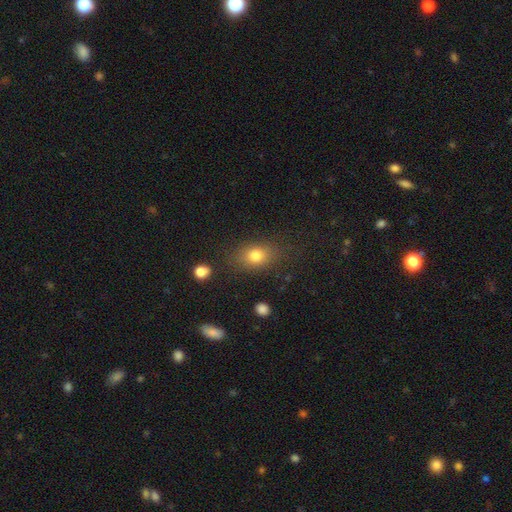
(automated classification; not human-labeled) Q: Smooth or featured?
A: smooth (79%); runner-up: star or artifact (11%)
Q: How rounded?
A: in between (69%); runner-up: round (28%)
Q: Merging?
A: none (78%); runner-up: minor disturbance (14%)